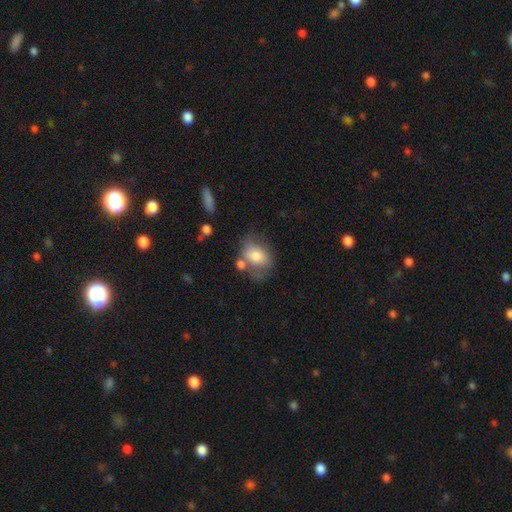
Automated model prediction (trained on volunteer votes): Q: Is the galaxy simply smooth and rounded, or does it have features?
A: smooth — 71%.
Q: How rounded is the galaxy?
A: in between — 69%.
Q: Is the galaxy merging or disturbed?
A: none — 44%.